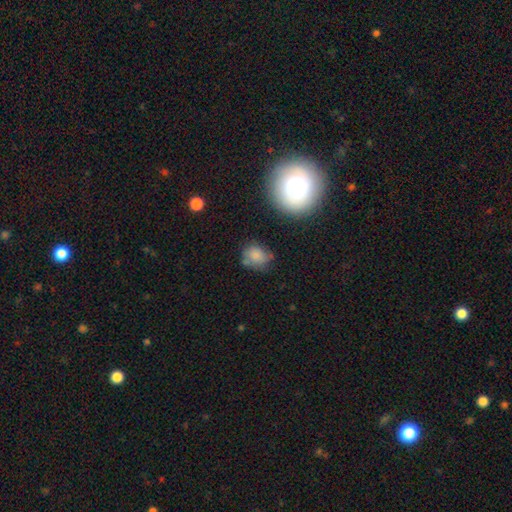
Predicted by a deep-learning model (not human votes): This appears to be a smooth galaxy with no disk features (78%) that is round (58%). Merging: none (58%).